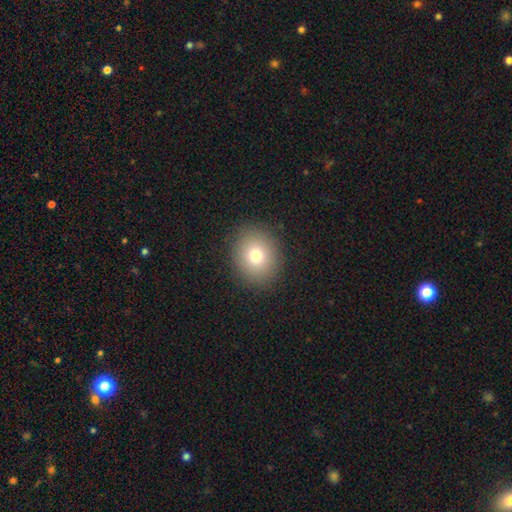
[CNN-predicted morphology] smooth_or_featured: smooth (p=0.76) [alt: star or artifact p=0.12]
how_rounded: round (p=0.70) [alt: in between p=0.29]
merging: none (p=0.89) [alt: minor disturbance p=0.07]